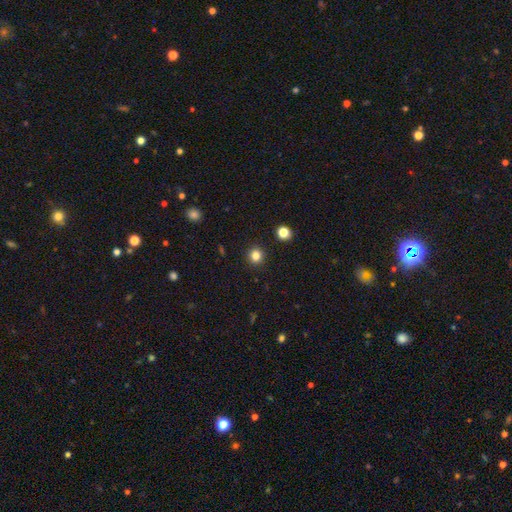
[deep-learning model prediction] This appears to be a smooth galaxy with no disk features (82%) that is round (92%). Merging: none (92%).